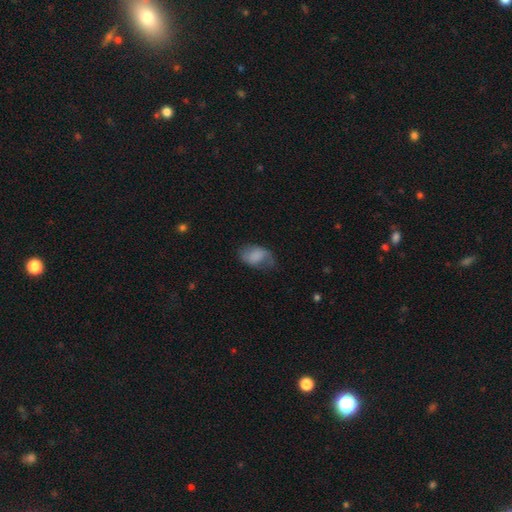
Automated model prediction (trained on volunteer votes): This is likely a smooth galaxy (69%). How rounded: clearly in between (87%). Merging: possibly none (51%).